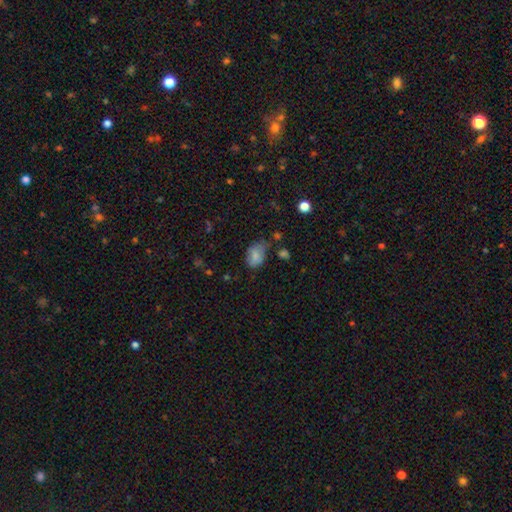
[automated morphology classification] Smooth or featured? smooth (75%)
How rounded? in between (84%)
Merging? none (48%)